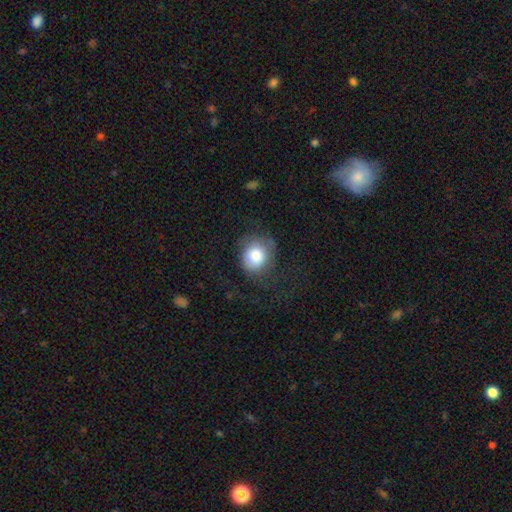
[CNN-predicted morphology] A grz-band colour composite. It shows a smooth galaxy with no disk features (80%) that is round (73%). Merging: none (60%).